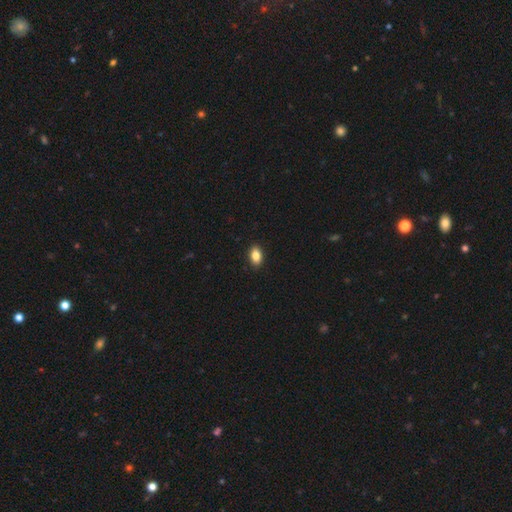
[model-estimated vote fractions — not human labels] The model was most divided on "smooth or featured": smooth: 85%, star or artifact: 8%, featured or disk: 6%. More confident: merging — none (90%); how rounded — in between (89%).